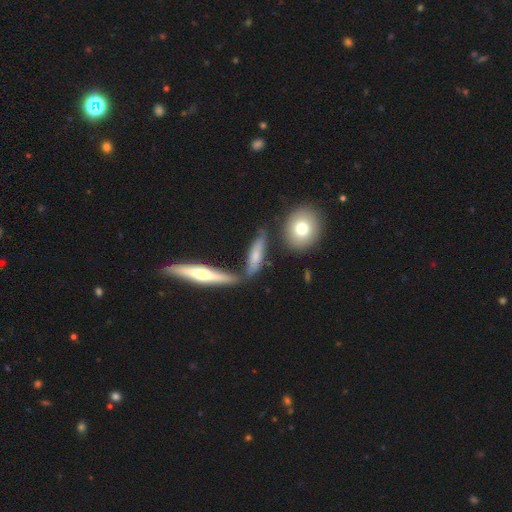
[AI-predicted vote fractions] Smooth or featured?
  - smooth: 56% *
  - featured or disk: 36%
  - star or artifact: 8%
How rounded?
  - cigar-shaped: 60% *
  - in between: 36%
  - round: 4%
Merging?
  - none: 59% *
  - merger: 18%
  - minor disturbance: 17%
  - major disturbance: 6%